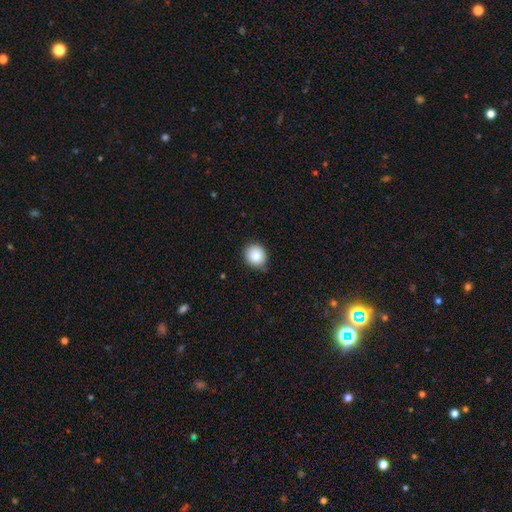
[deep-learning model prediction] Smooth or featured? Predicted: smooth (p=0.84). How rounded? Predicted: round (p=0.83). Merging? Predicted: none (p=0.77).